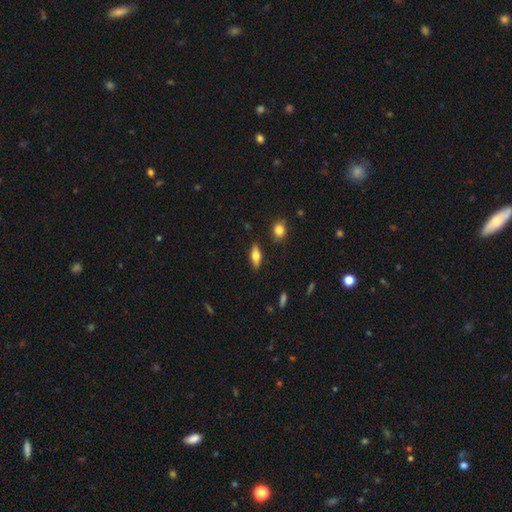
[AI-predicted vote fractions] Smooth or featured? smooth (49%)
Merging? none (86%)